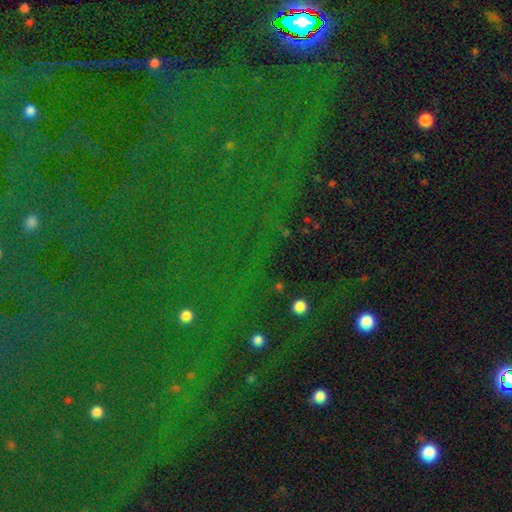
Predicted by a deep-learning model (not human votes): Overall: star or artifact (82%).